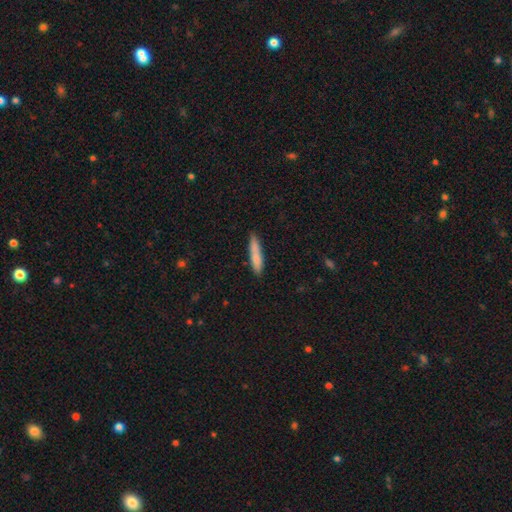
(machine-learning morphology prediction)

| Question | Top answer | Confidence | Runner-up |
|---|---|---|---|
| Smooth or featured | smooth | 80% | featured or disk (14%) |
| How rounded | cigar-shaped | 86% | in between (13%) |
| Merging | none | 83% | minor disturbance (13%) |